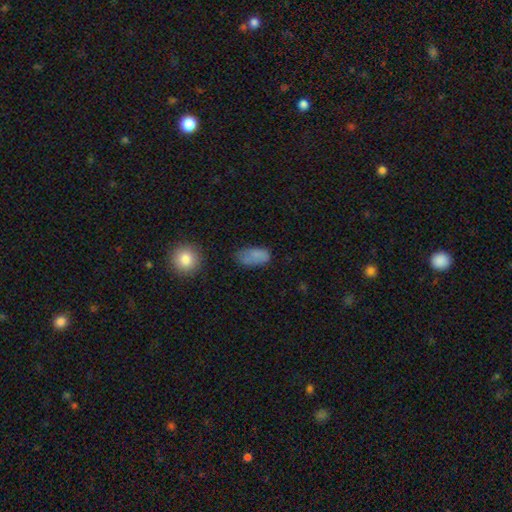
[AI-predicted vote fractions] smooth-or-featured: smooth: 77% | featured or disk: 12% | star or artifact: 11%
  how-rounded: in between: 91% | round: 5% | cigar-shaped: 4%
  merging: none: 56% | minor disturbance: 27% | major disturbance: 11% | merger: 5%